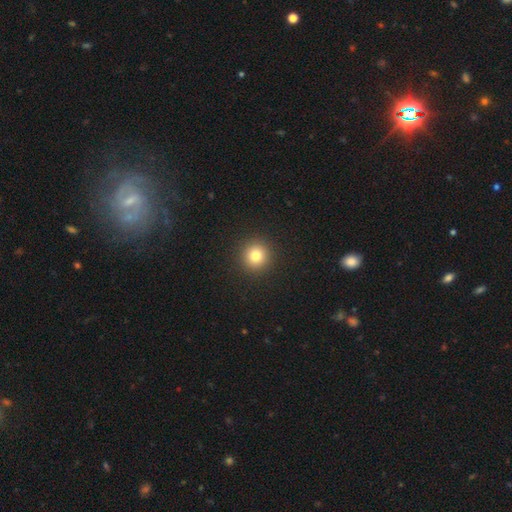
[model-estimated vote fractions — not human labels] smooth_or_featured: smooth (p=0.80) [alt: star or artifact p=0.13]
how_rounded: round (p=0.95) [alt: in between p=0.04]
merging: none (p=0.93) [alt: minor disturbance p=0.04]